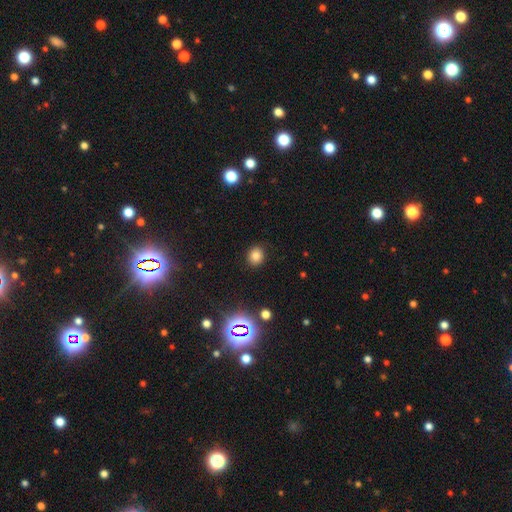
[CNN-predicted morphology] Overall: smooth (78%). How rounded: round (73%). Merging: none (89%).